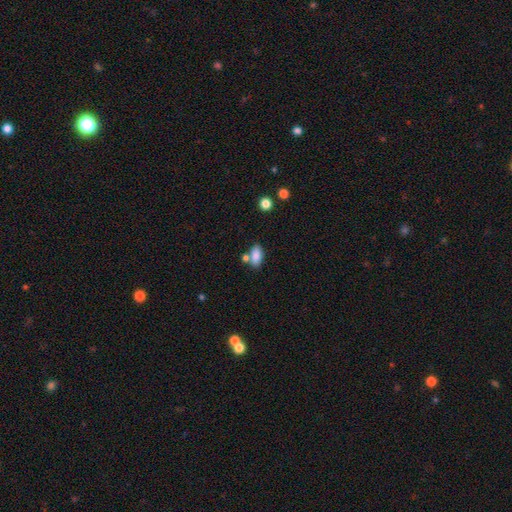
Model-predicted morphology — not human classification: smooth_or_featured: smooth (p=0.85) [alt: star or artifact p=0.08]
how_rounded: in between (p=0.89) [alt: cigar-shaped p=0.07]
merging: none (p=0.60) [alt: merger p=0.23]